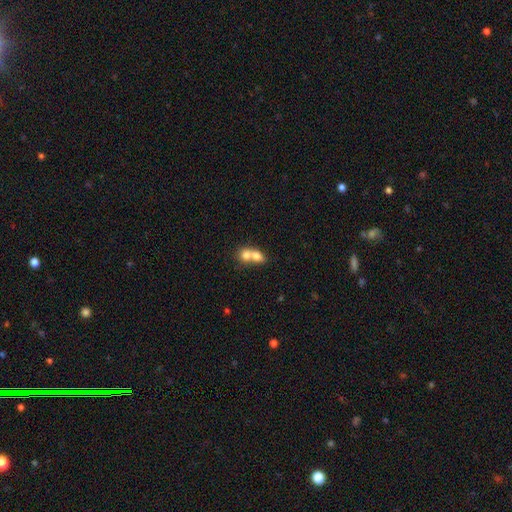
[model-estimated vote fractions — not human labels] Smooth or featured? Predicted: smooth (p=0.73). How rounded? Predicted: in between (p=0.51). Merging? Predicted: merger (p=0.74).